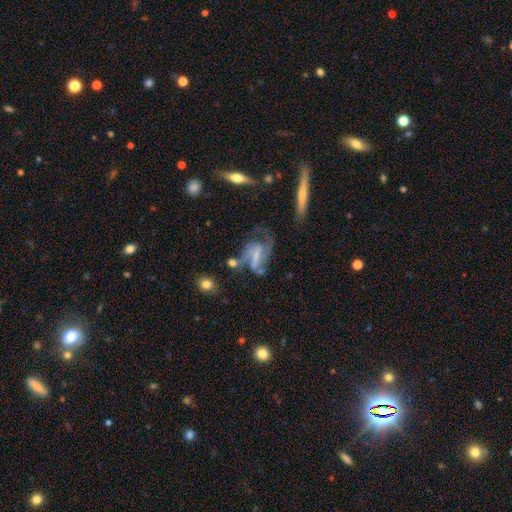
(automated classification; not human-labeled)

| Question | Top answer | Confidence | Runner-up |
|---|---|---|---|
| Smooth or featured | featured or disk | 64% | smooth (25%) |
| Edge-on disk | no | 93% | yes (7%) |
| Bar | weak | 38% | no (33%) |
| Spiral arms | yes | 72% | no (28%) |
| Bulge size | none | 38% | small (36%) |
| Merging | major disturbance | 37% | none (29%) |